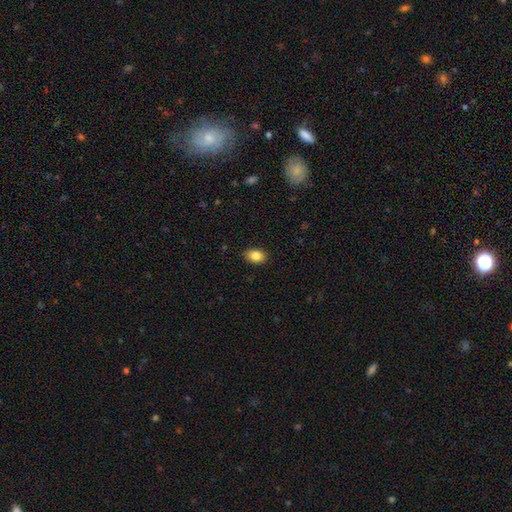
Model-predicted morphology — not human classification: A smooth galaxy with no disk features (86%) that is in between round and cigar-shaped (81%).

Vote fractions:
- Smooth or featured? smooth: 86% / star or artifact: 8% / featured or disk: 6%
- How rounded? in between: 81% / round: 18% / cigar-shaped: 1%
- Merging? none: 88% / minor disturbance: 9% / major disturbance: 2% / merger: 1%